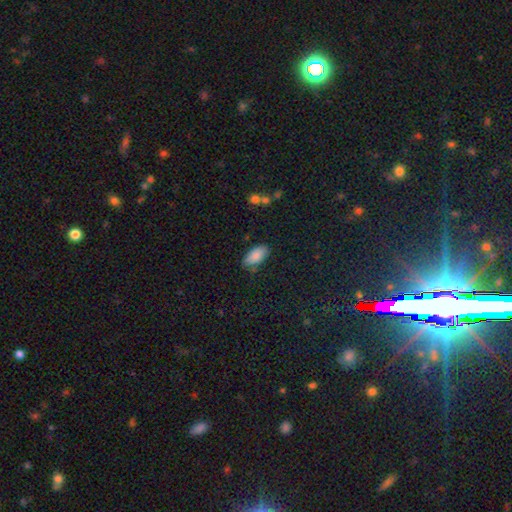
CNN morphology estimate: smooth 86%, star or artifact 7%, featured or disk 7%. Down the decision tree: how rounded — in between (91%); merging — none (76%).